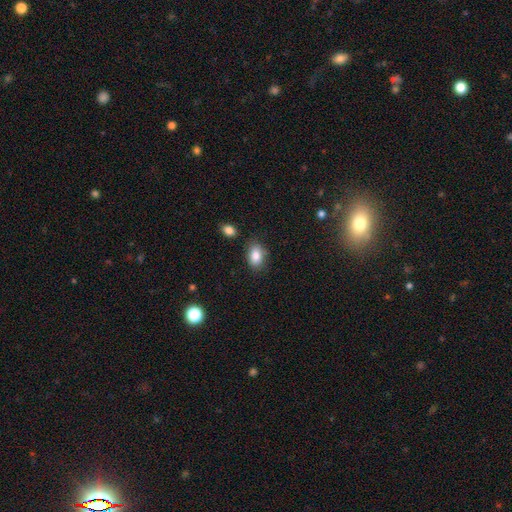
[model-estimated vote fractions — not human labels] Q: Smooth or featured?
A: smooth (85%); runner-up: star or artifact (8%)
Q: How rounded?
A: in between (82%); runner-up: round (17%)
Q: Merging?
A: none (79%); runner-up: minor disturbance (14%)